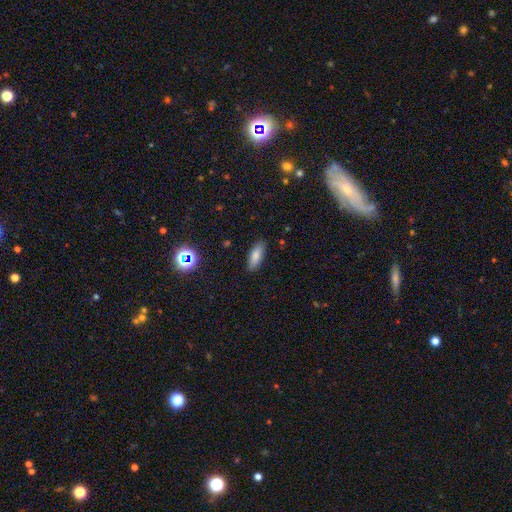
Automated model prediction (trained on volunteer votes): Smooth or featured? smooth (79%)
How rounded? in between (68%)
Merging? none (87%)